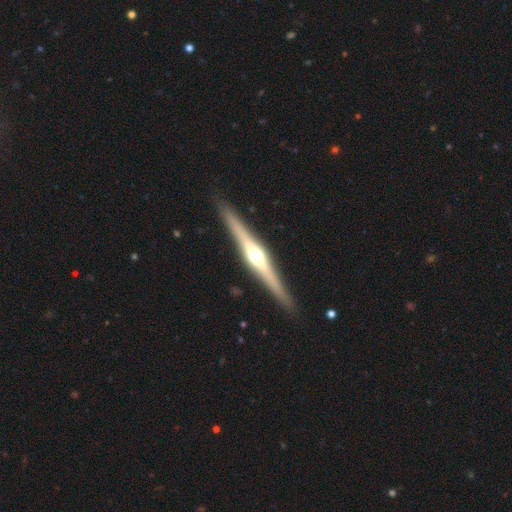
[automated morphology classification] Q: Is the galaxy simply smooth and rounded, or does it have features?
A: featured or disk — 77%.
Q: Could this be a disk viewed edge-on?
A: yes — 98%.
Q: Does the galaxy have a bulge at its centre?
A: rounded — 93%.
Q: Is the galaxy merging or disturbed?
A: none — 89%.